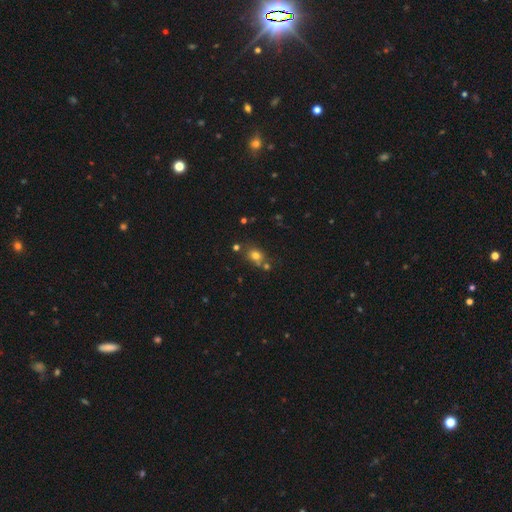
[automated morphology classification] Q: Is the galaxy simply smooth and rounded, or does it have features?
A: smooth — 73%.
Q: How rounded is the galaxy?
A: round — 62%.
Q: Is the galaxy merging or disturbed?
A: none — 63%.